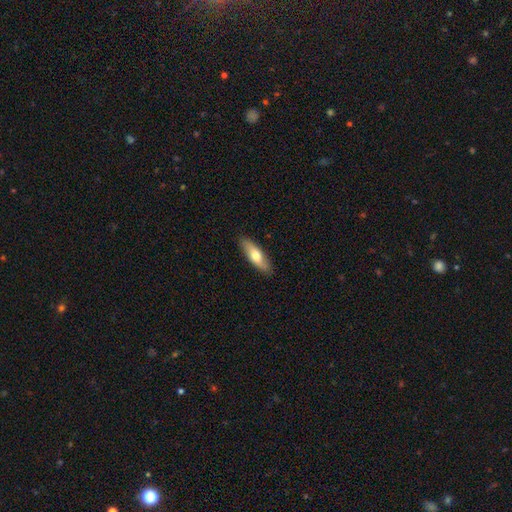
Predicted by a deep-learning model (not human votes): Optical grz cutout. It shows a smooth galaxy with no disk features (67%) that is in between round and cigar-shaped (51%). Merging: none (88%).